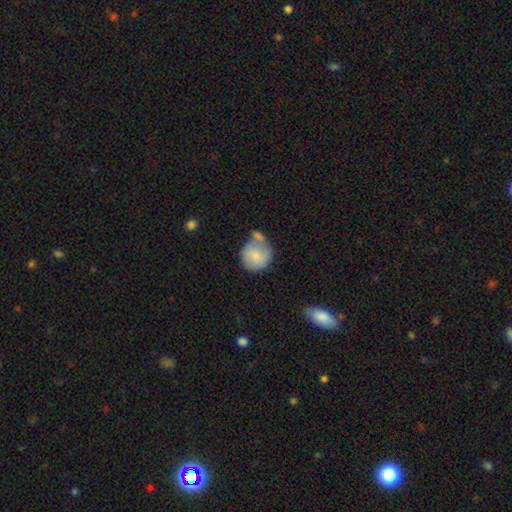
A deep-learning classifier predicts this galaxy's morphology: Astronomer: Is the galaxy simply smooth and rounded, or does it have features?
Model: smooth — 72%.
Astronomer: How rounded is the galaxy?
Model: round — 87%.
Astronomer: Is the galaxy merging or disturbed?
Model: none — 41% (runner-up: merger, 29%).